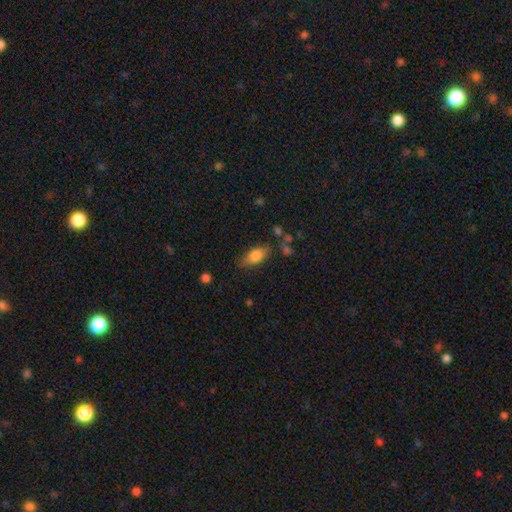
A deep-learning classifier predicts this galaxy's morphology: A smooth galaxy with no disk features (79%) that is in between round and cigar-shaped (86%). Merging: none (73%).